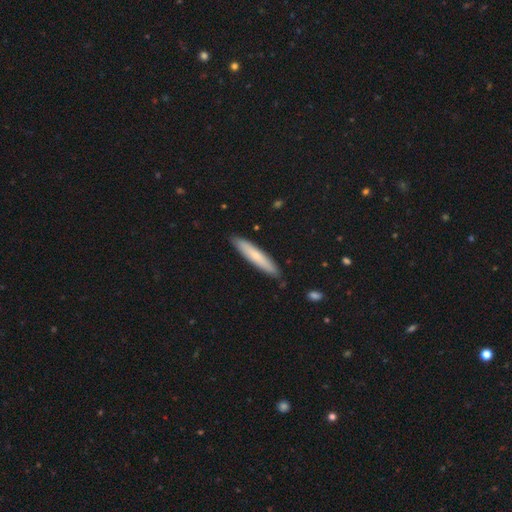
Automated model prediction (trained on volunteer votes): Smooth or featured? smooth (66%)
How rounded? cigar-shaped (91%)
Merging? none (89%)